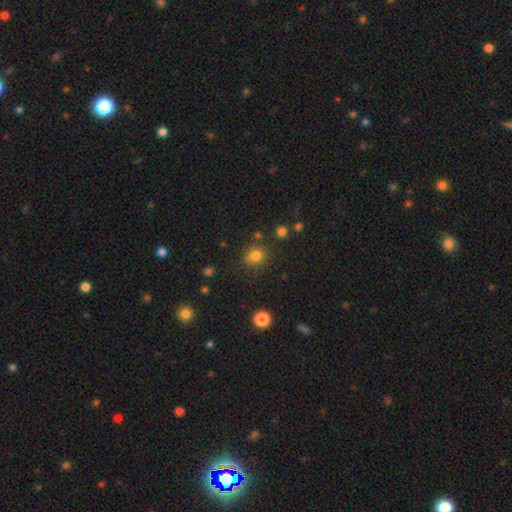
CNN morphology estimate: A smooth galaxy with no disk features (80%) that is round (72%).

Vote fractions:
- Smooth or featured? smooth: 80% / star or artifact: 14% / featured or disk: 6%
- How rounded? round: 72% / in between: 27% / cigar-shaped: 1%
- Merging? none: 75% / minor disturbance: 16% / merger: 5% / major disturbance: 5%